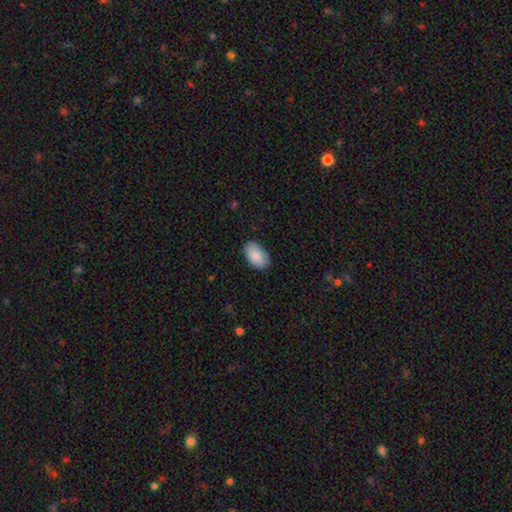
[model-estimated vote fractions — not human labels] A smooth galaxy with no disk features (88%) that is in between round and cigar-shaped (94%).

Vote fractions:
- Smooth or featured? smooth: 88% / star or artifact: 6% / featured or disk: 6%
- How rounded? in between: 94% / round: 5% / cigar-shaped: 1%
- Merging? none: 83% / minor disturbance: 13% / major disturbance: 2% / merger: 1%